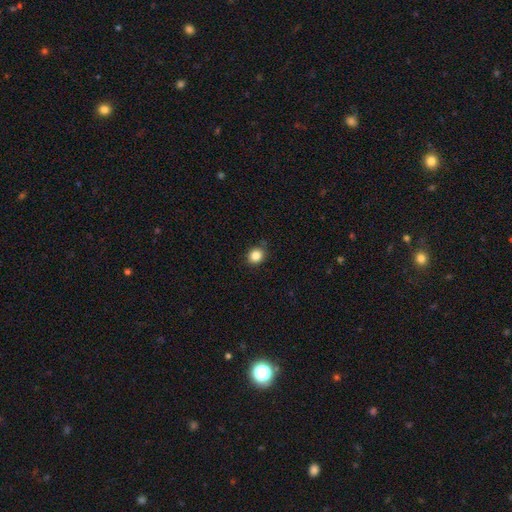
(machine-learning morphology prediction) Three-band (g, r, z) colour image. It shows a smooth galaxy with no disk features (85%) that is round (78%). Merging: none (85%).